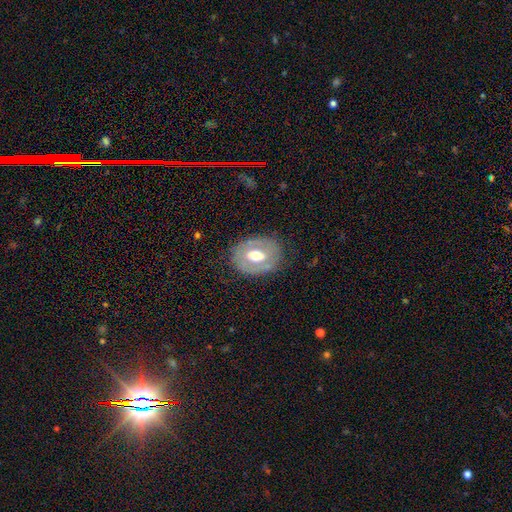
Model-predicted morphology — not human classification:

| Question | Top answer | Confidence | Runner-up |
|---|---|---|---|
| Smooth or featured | featured or disk | 56% | smooth (38%) |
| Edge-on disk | no | 93% | yes (7%) |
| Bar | no | 50% | weak (33%) |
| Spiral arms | no | 78% | yes (22%) |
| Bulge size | moderate | 66% | large (23%) |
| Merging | none | 75% | minor disturbance (16%) |